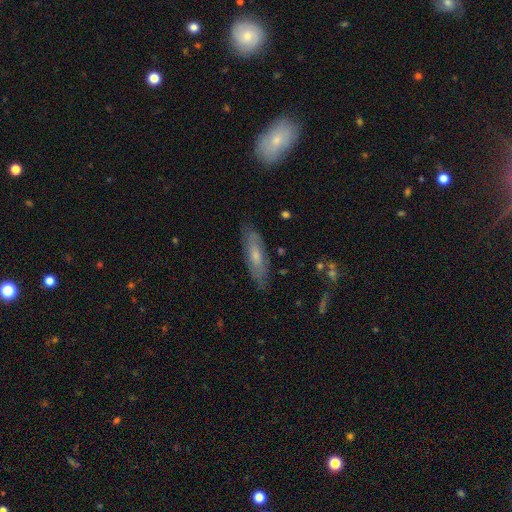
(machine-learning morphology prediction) Q: Smooth or featured?
A: smooth (50%); runner-up: featured or disk (43%)
Q: How rounded?
A: cigar-shaped (55%); runner-up: in between (43%)
Q: Merging?
A: none (81%); runner-up: minor disturbance (15%)